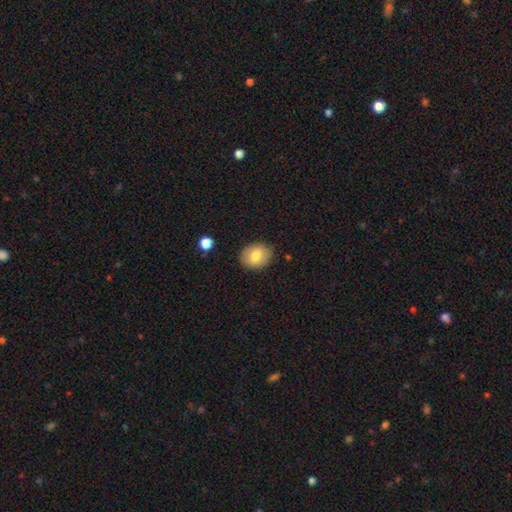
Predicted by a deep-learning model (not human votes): Smooth or featured? smooth (79%)
How rounded? in between (51%)
Merging? none (86%)